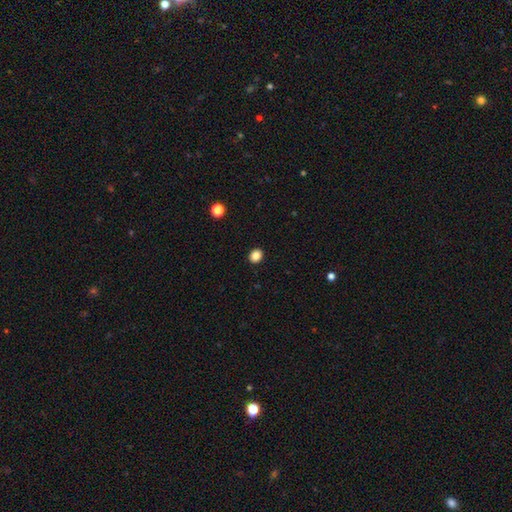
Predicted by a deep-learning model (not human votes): Smooth or featured?
  - smooth: 86% *
  - star or artifact: 10%
  - featured or disk: 4%
How rounded?
  - round: 58% *
  - in between: 42%
  - cigar-shaped: 1%
Merging?
  - none: 92% *
  - minor disturbance: 6%
  - major disturbance: 2%
  - merger: 1%